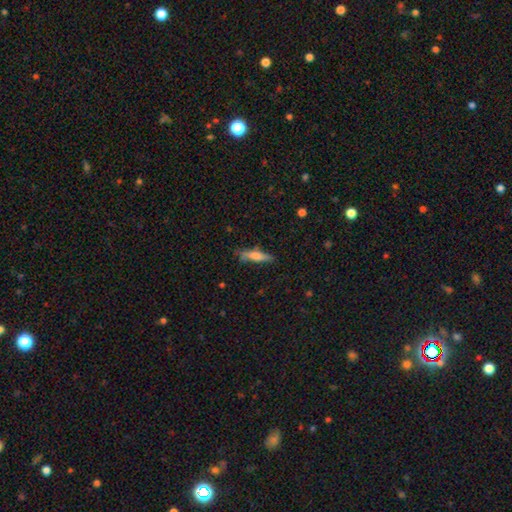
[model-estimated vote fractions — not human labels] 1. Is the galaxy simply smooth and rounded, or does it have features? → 63% smooth, 30% featured or disk, 7% star or artifact.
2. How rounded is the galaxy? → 77% cigar-shaped, 22% in between, 2% round.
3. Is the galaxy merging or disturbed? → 76% none, 18% minor disturbance, 4% major disturbance, 2% merger.